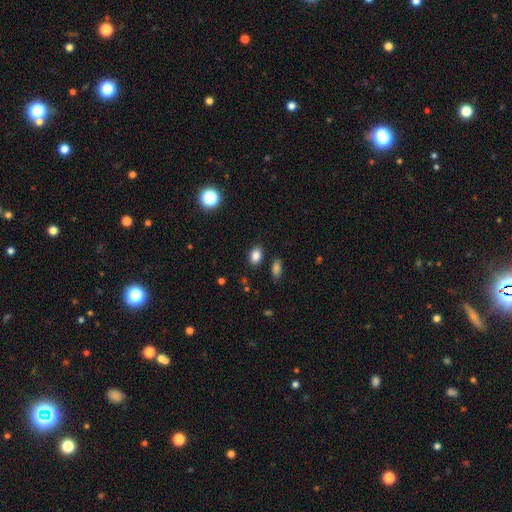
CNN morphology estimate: This is clearly a smooth galaxy (84%). How rounded: likely in between (77%). Merging: clearly none (85%).